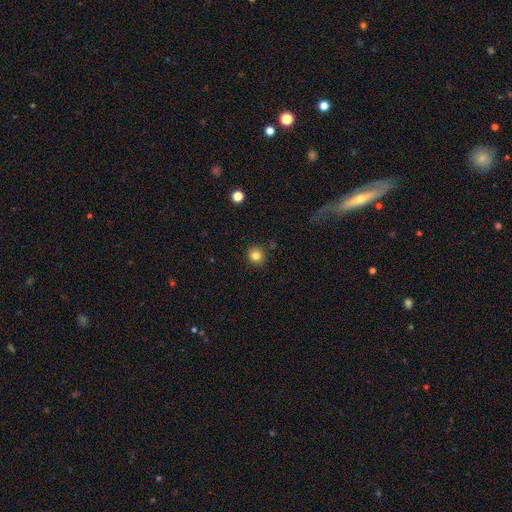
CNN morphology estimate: Q: Smooth or featured?
A: smooth (82%); runner-up: star or artifact (12%)
Q: How rounded?
A: round (89%); runner-up: in between (10%)
Q: Merging?
A: none (89%); runner-up: minor disturbance (7%)